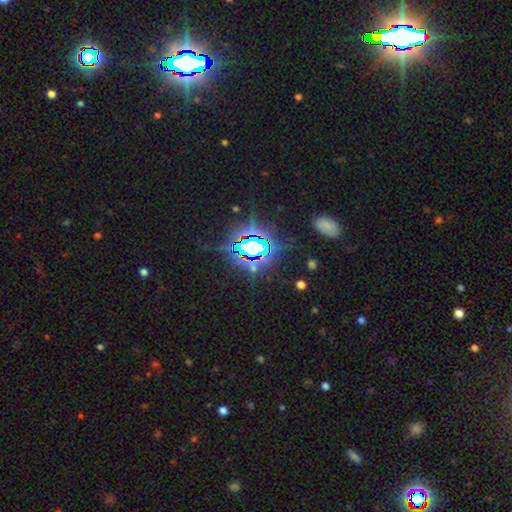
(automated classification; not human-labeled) smooth_or_featured: star or artifact (p=0.81) [alt: smooth p=0.11]